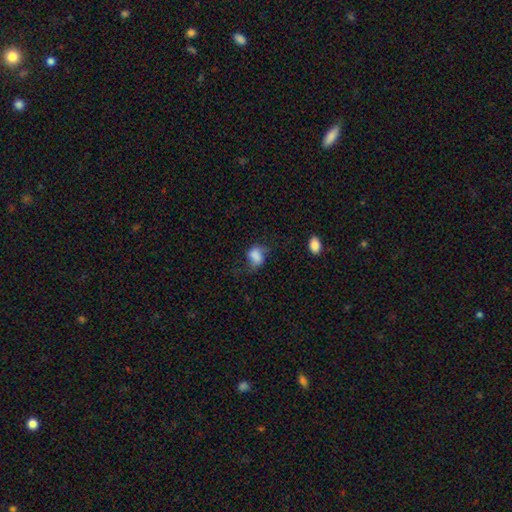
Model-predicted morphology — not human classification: Smooth or featured?
  - smooth: 73% *
  - featured or disk: 16%
  - star or artifact: 11%
How rounded?
  - in between: 69% *
  - round: 29%
  - cigar-shaped: 2%
Merging?
  - none: 37% *
  - minor disturbance: 30%
  - major disturbance: 27%
  - merger: 5%